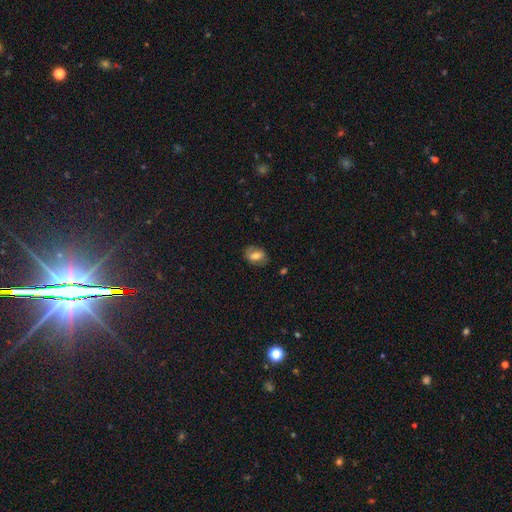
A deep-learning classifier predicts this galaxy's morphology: type=smooth (60%); roundness=in between (77%); merging=none (75%).